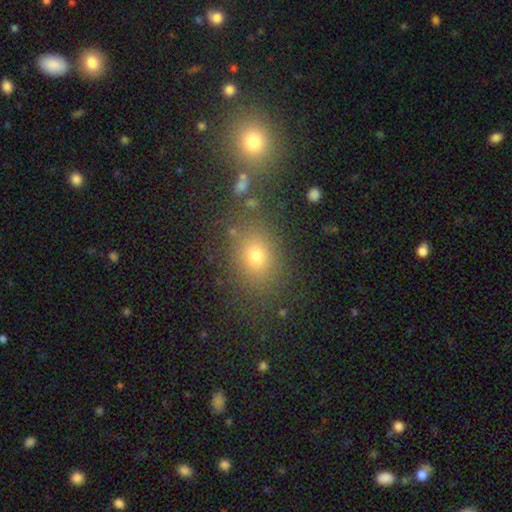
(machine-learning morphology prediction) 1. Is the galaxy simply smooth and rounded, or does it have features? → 72% smooth, 18% star or artifact, 10% featured or disk.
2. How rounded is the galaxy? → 58% in between, 41% round, 1% cigar-shaped.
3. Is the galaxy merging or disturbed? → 77% none, 11% minor disturbance, 6% merger, 5% major disturbance.